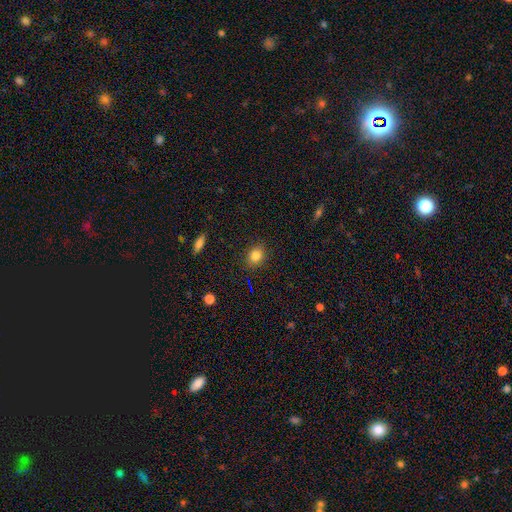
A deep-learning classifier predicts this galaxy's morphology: smooth_or_featured: smooth (p=0.82) [alt: star or artifact p=0.12]
how_rounded: round (p=0.57) [alt: in between p=0.41]
merging: none (p=0.87) [alt: minor disturbance p=0.09]